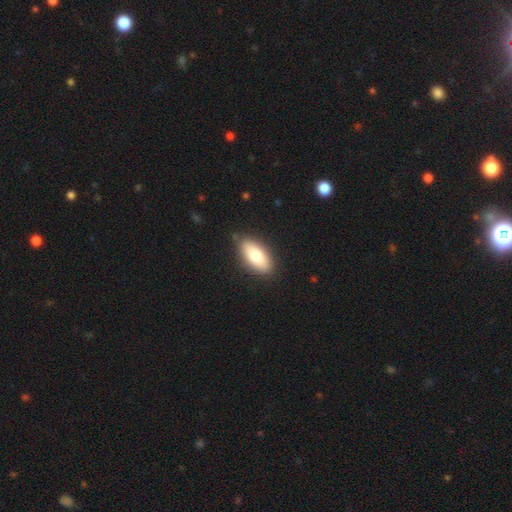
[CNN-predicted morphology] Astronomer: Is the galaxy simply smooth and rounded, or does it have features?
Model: smooth — 80%.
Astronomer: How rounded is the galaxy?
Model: in between — 86%.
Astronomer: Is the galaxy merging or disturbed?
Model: none — 85%.